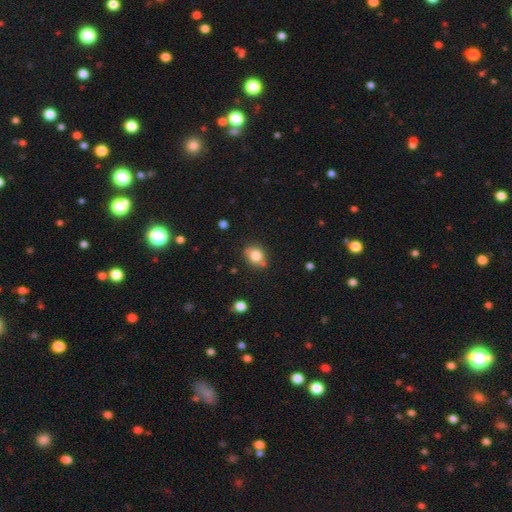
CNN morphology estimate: Smooth or featured? Predicted: smooth (p=0.79). How rounded? Predicted: round (p=0.63). Merging? Predicted: none (p=0.71).